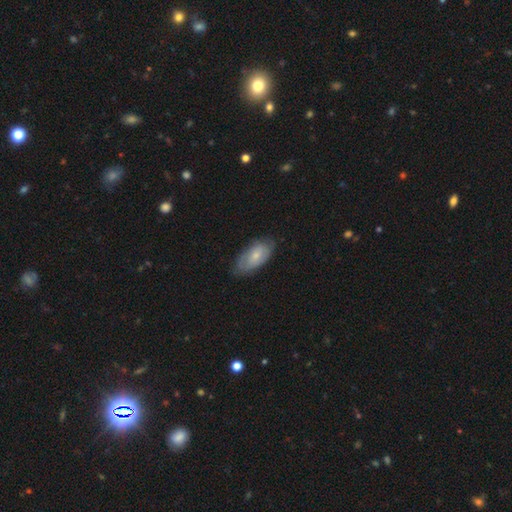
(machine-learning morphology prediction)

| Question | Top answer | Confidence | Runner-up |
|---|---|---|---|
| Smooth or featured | smooth | 63% | featured or disk (31%) |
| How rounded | in between | 91% | cigar-shaped (6%) |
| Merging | none | 71% | minor disturbance (23%) |